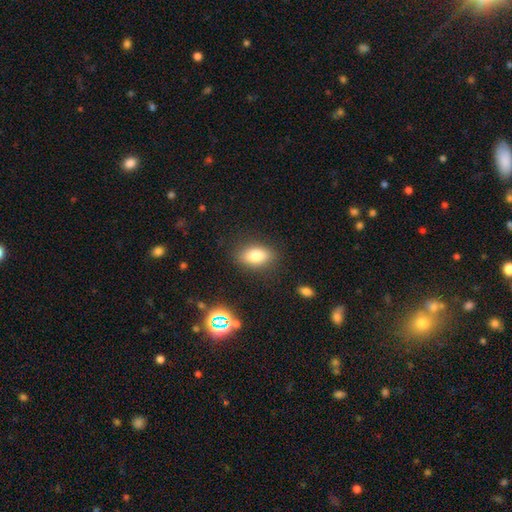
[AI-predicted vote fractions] Q: Smooth or featured?
A: smooth (79%); runner-up: featured or disk (11%)
Q: How rounded?
A: in between (85%); runner-up: round (10%)
Q: Merging?
A: none (84%); runner-up: minor disturbance (11%)